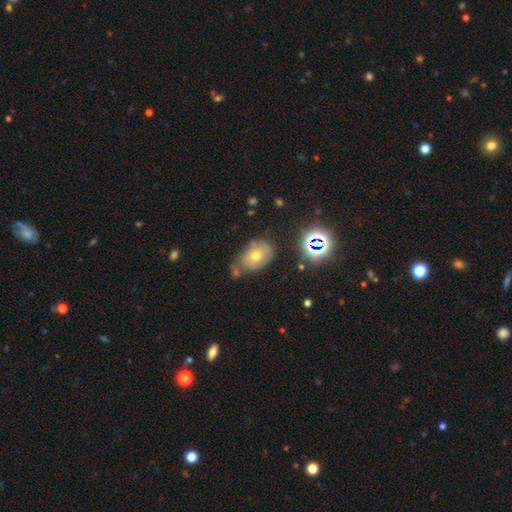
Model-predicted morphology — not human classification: This appears to be a smooth galaxy with no disk features (60%) that is in between round and cigar-shaped (77%). Merging: none (60%).